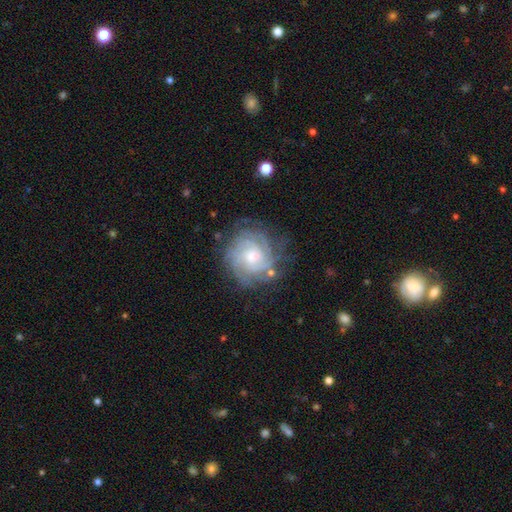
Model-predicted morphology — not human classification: Smooth or featured? Predicted: featured or disk (p=0.80). Edge-on disk? Predicted: no (p=0.98). Bar? Predicted: no (p=0.60). Spiral arms? Predicted: yes (p=0.94). Spiral winding? Predicted: tight (p=0.67). Spiral arm count? Predicted: can't tell (p=0.39). Bulge size? Predicted: moderate (p=0.47). Merging? Predicted: none (p=0.68).